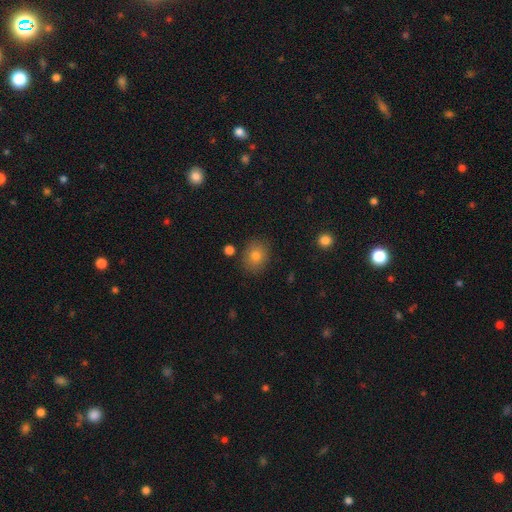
smooth-or-featured: smooth: 87% | featured or disk: 13% | star or artifact: 0%
  how-rounded: round: 67% | in between: 33% | cigar-shaped: 0%
  merging: none: 84% | minor disturbance: 8% | merger: 5% | major disturbance: 3%